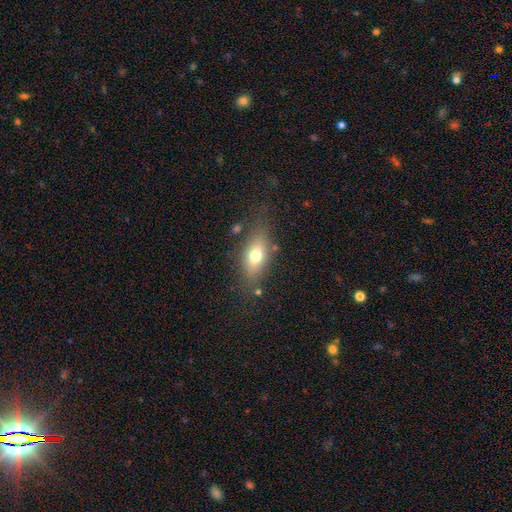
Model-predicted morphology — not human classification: type=smooth (65%); roundness=in between (75%); merging=none (74%).